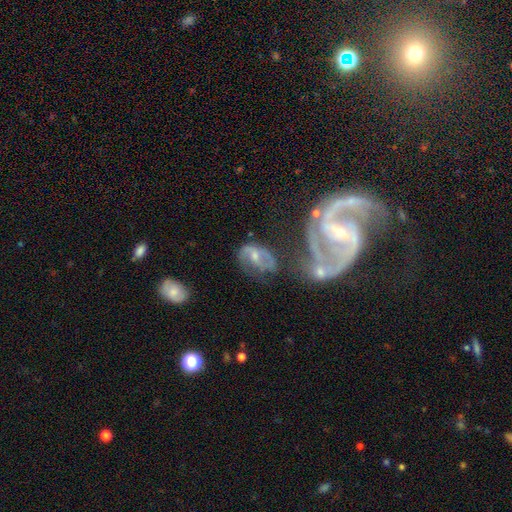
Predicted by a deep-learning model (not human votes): featured or disk 68%, smooth 23%, star or artifact 9%. Down the decision tree: edge-on disk — no (96%); bar — no (44%); spiral arms — yes (78%); spiral arm count — 2 (62%); spiral winding — medium (43%); bulge size — moderate (47%); merging — none (34%).